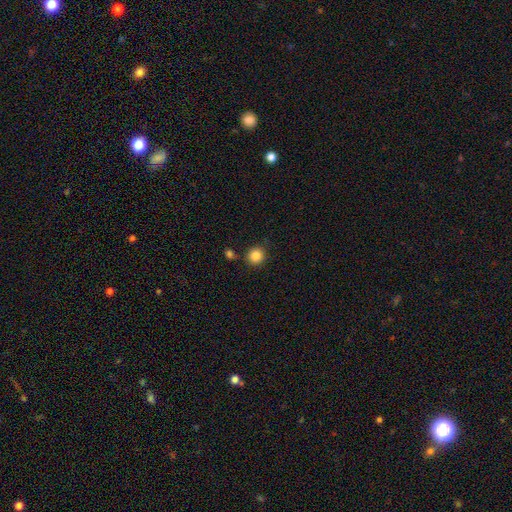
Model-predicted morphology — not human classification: Smooth or featured? smooth (86%)
How rounded? round (92%)
Merging? none (85%)